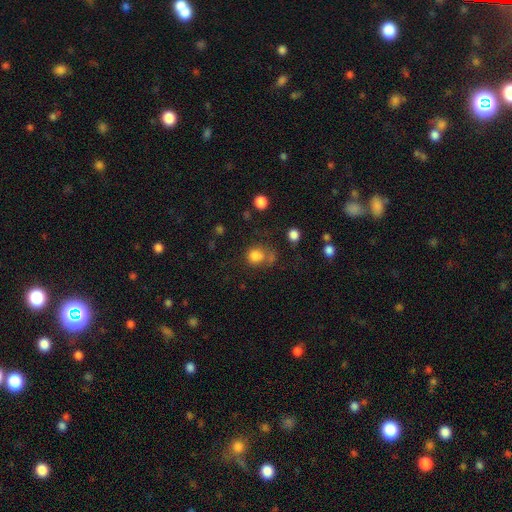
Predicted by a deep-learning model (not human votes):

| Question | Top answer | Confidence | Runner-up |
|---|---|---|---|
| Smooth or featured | smooth | 80% | star or artifact (12%) |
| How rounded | round | 73% | in between (26%) |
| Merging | none | 51% | merger (21%) |